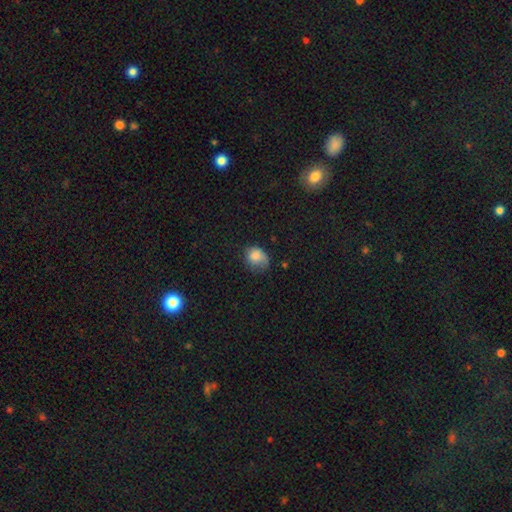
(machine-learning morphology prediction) smooth 80%, featured or disk 10%, star or artifact 9%. Down the decision tree: how rounded — round (50%); merging — none (43%).